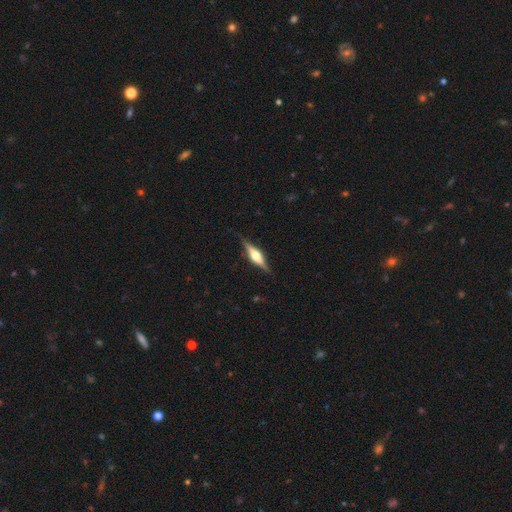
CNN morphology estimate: This is likely a featured or disk galaxy (74%). It is clearly viewed edge-on (97%). Edge-on bulge: clearly rounded (89%). Merging: clearly none (86%).